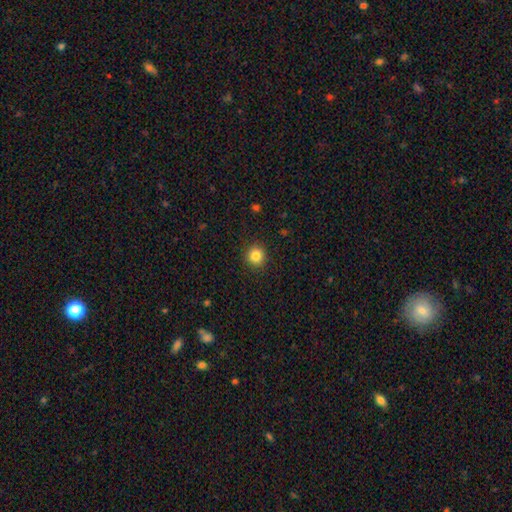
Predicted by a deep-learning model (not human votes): Smooth or featured?
  - smooth: 84% *
  - star or artifact: 11%
  - featured or disk: 5%
How rounded?
  - round: 92% *
  - in between: 7%
  - cigar-shaped: 1%
Merging?
  - none: 91% *
  - minor disturbance: 6%
  - major disturbance: 2%
  - merger: 1%